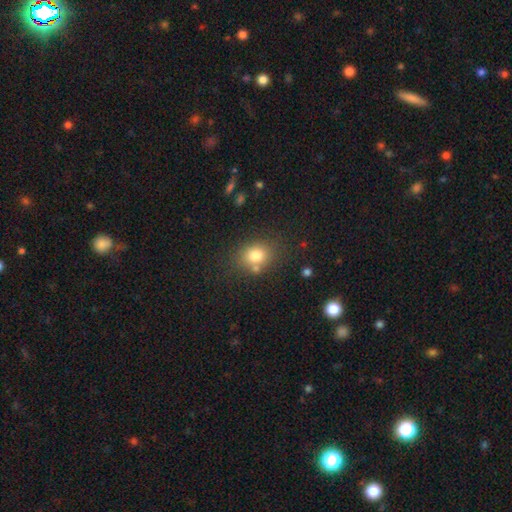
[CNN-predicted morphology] A smooth galaxy with no disk features (78%) that is round (53%).

Vote fractions:
- Smooth or featured? smooth: 78% / star or artifact: 12% / featured or disk: 10%
- How rounded? round: 53% / in between: 46% / cigar-shaped: 1%
- Merging? none: 69% / minor disturbance: 14% / merger: 12% / major disturbance: 5%